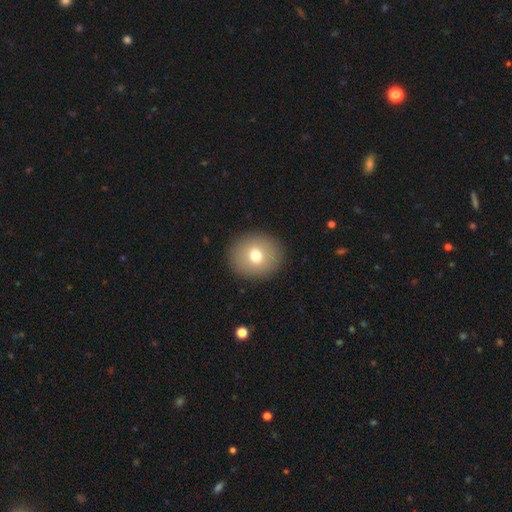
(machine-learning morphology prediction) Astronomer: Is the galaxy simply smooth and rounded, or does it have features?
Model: smooth — 73%.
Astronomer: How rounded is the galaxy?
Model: round — 77%.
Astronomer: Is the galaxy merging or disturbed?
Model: none — 90%.